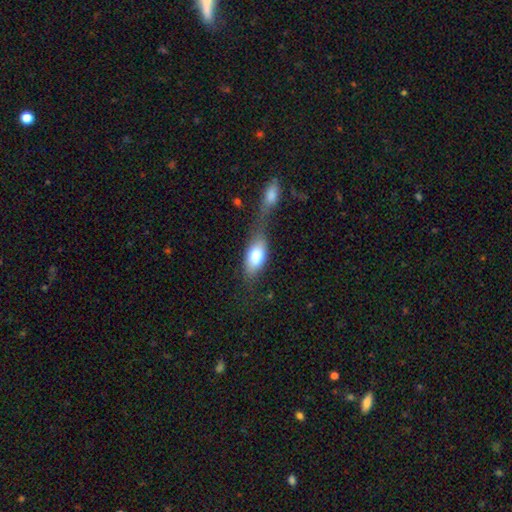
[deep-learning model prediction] Q: Smooth or featured?
A: smooth (75%); runner-up: featured or disk (19%)
Q: How rounded?
A: in between (86%); runner-up: cigar-shaped (8%)
Q: Merging?
A: merger (41%); runner-up: none (32%)